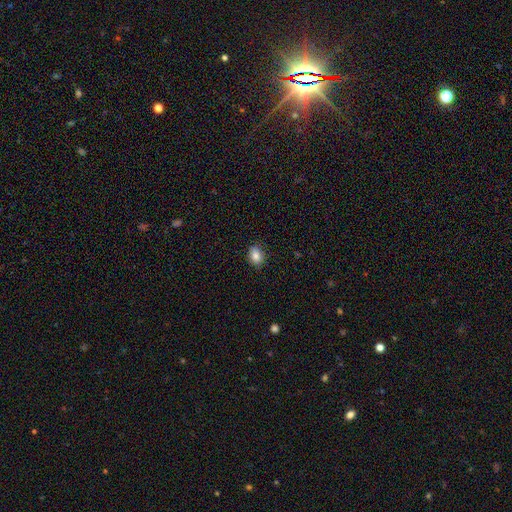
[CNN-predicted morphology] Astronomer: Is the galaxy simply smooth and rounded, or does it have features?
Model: smooth — 84%.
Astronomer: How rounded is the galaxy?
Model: in between — 64%.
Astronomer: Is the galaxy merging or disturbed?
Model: none — 85%.